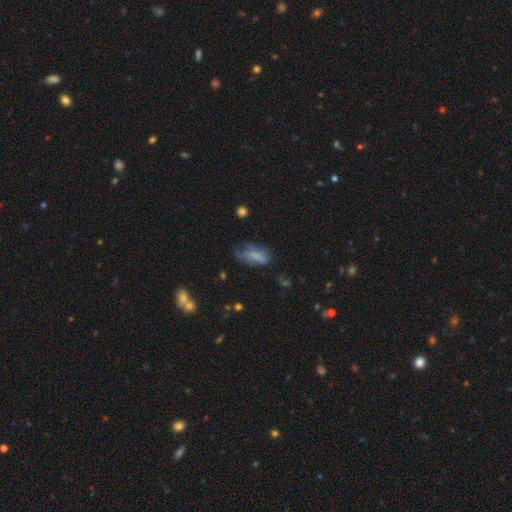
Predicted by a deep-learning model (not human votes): Smooth or featured?
  - smooth: 66% *
  - featured or disk: 23%
  - star or artifact: 11%
How rounded?
  - in between: 81% *
  - cigar-shaped: 14%
  - round: 4%
Merging?
  - none: 37% *
  - minor disturbance: 33%
  - major disturbance: 27%
  - merger: 3%